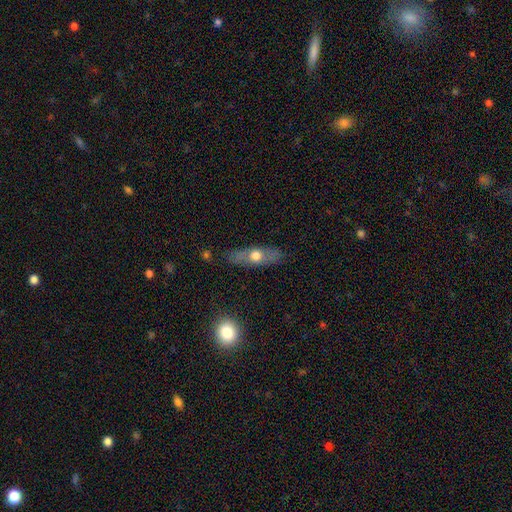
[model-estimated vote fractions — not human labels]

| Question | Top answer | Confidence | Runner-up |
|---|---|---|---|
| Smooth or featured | smooth | 48% | featured or disk (44%) |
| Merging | none | 82% | minor disturbance (13%) |